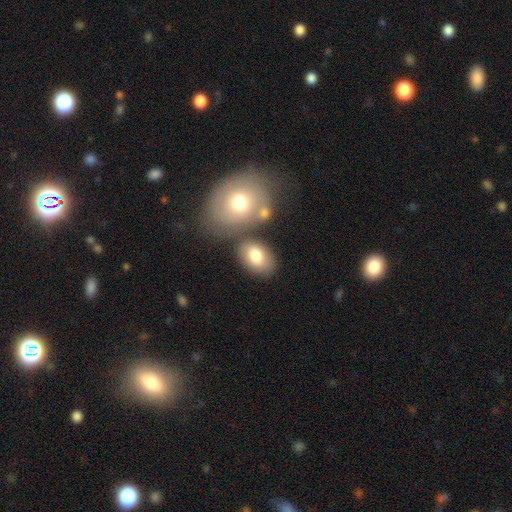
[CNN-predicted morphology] smooth 79%, featured or disk 14%, star or artifact 7%. Down the decision tree: how rounded — in between (82%); merging — none (63%).